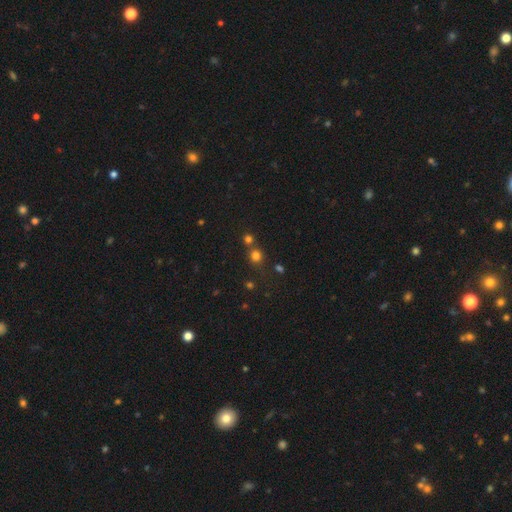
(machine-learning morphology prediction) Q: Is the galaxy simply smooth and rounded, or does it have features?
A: smooth — 73%.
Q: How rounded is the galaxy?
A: round — 87%.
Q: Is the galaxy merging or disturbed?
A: none — 65%.